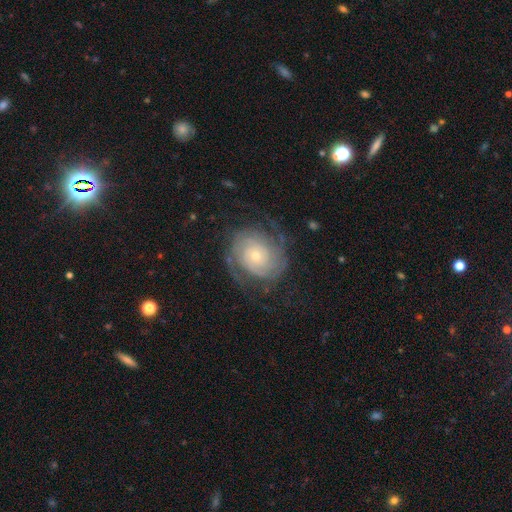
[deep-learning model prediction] The model was most divided on "spiral arm count": 2: 55%, can't tell: 22%, 3: 11%, 4: 5%, 1: 4%, more than 4: 4%. More confident: edge-on disk — no (97%); spiral arms — yes (95%); smooth or featured — featured or disk (84%); bar — no (78%); merging — none (72%); spiral winding — tight (66%); bulge size — small (65%).